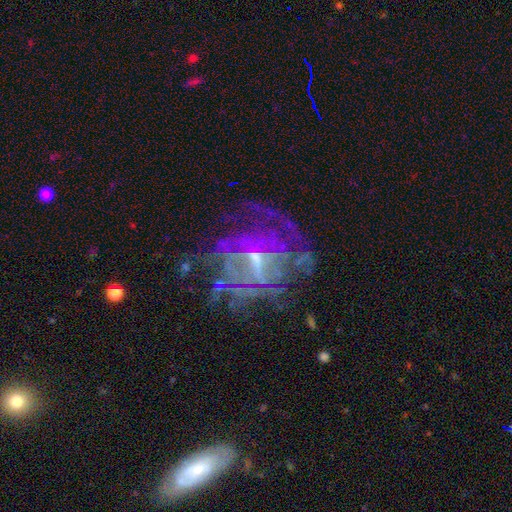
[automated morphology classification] Smooth or featured? featured or disk (78%)
Edge-on disk? no (97%)
Bar? weak (51%)
Spiral arms? yes (79%)
Spiral winding? tight (54%)
Spiral arm count? can't tell (51%)
Bulge size? small (62%)
Merging? none (60%)